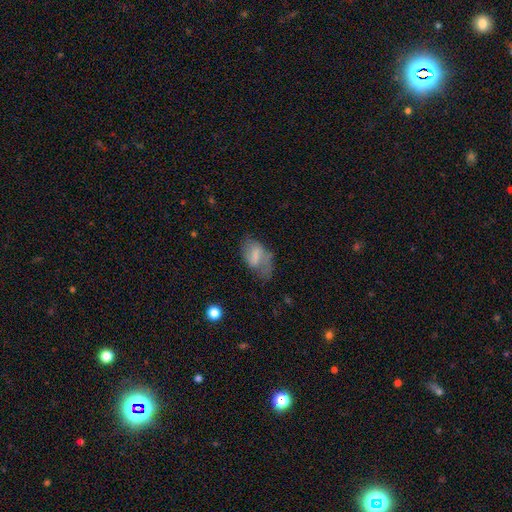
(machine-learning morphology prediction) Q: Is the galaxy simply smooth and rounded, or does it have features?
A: smooth — 53%.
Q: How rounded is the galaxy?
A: in between — 89%.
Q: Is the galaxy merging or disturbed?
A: none — 47%.